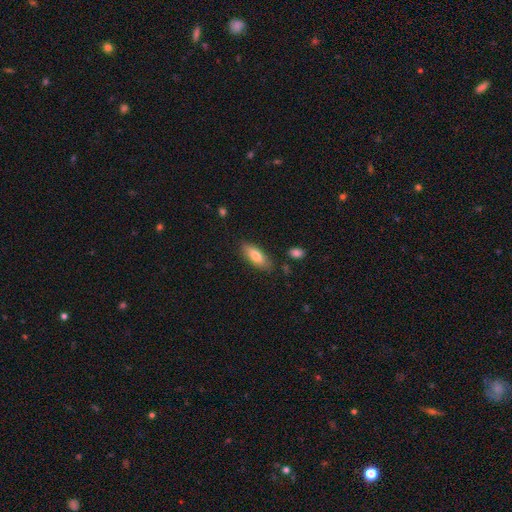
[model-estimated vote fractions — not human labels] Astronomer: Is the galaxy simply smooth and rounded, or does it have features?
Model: smooth — 73%.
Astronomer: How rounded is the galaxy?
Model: in between — 66%.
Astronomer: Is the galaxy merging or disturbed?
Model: none — 83%.